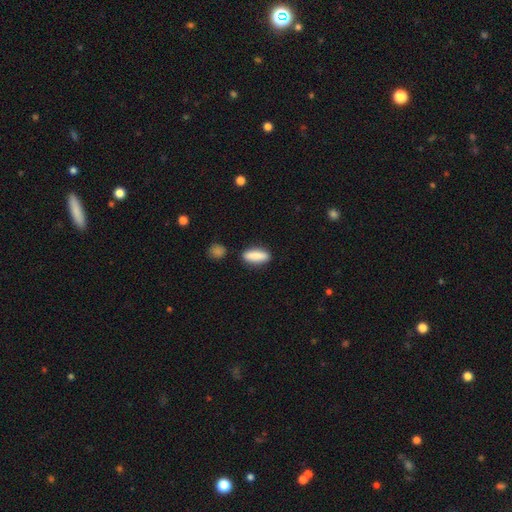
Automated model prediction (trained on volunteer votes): Smooth or featured?
  - smooth: 87% *
  - featured or disk: 7%
  - star or artifact: 6%
How rounded?
  - in between: 58% *
  - cigar-shaped: 40%
  - round: 3%
Merging?
  - none: 85% *
  - minor disturbance: 9%
  - merger: 4%
  - major disturbance: 2%